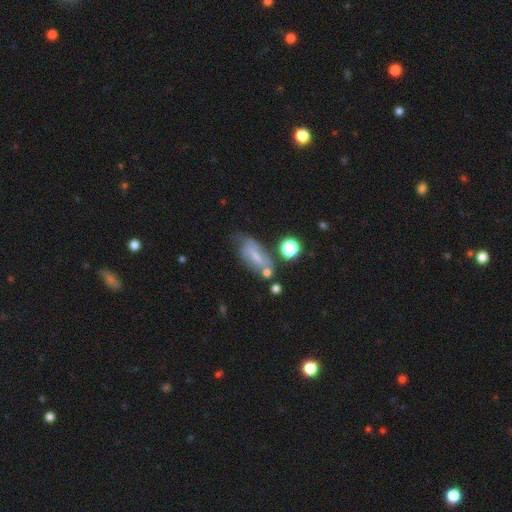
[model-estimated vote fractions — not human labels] smooth-or-featured: smooth: 46% | featured or disk: 41% | star or artifact: 12%
  merging: none: 43% | minor disturbance: 29% | major disturbance: 16% | merger: 11%